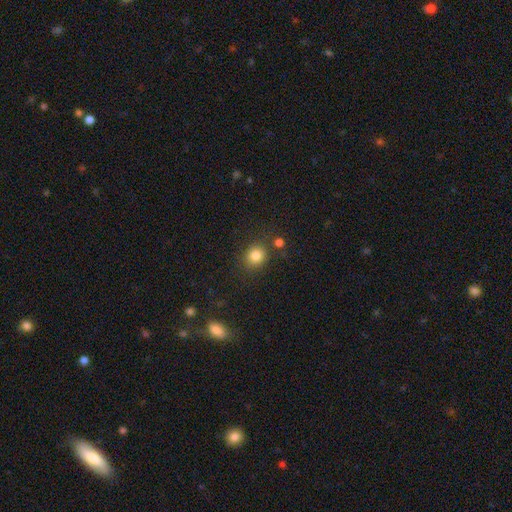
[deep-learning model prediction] Smooth or featured? Predicted: smooth (p=0.82). How rounded? Predicted: round (p=0.77). Merging? Predicted: none (p=0.78).